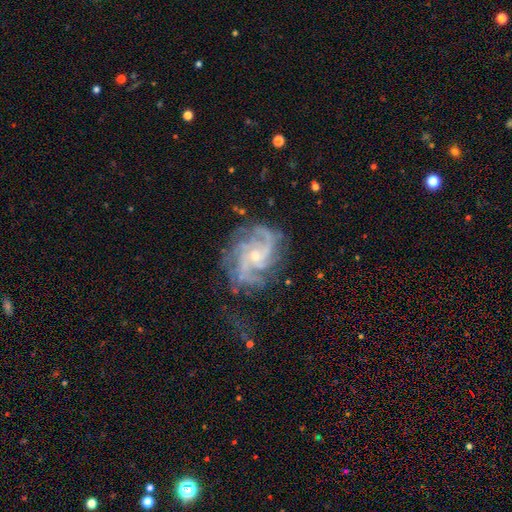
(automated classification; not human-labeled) featured or disk 89%, star or artifact 6%, smooth 4%. Down the decision tree: edge-on disk — no (98%); bar — no (67%); spiral arms — yes (98%); spiral arm count — 3 (26%); spiral winding — medium (45%); bulge size — small (66%); merging — none (65%).